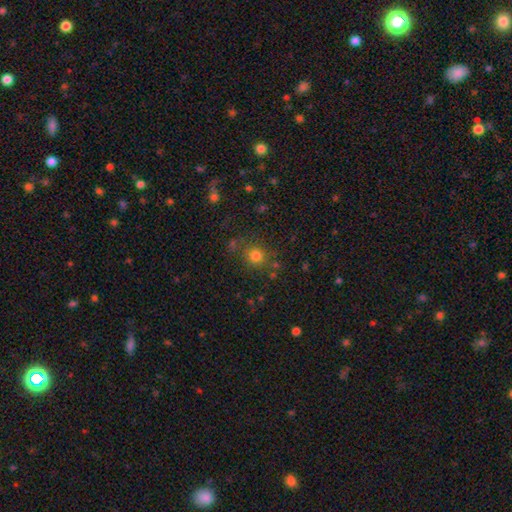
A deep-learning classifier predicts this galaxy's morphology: A smooth galaxy with no disk features (76%) that is round (87%).

Vote fractions:
- Smooth or featured? smooth: 76% / star or artifact: 16% / featured or disk: 7%
- How rounded? round: 87% / in between: 12% / cigar-shaped: 1%
- Merging? none: 75% / minor disturbance: 12% / merger: 7% / major disturbance: 6%